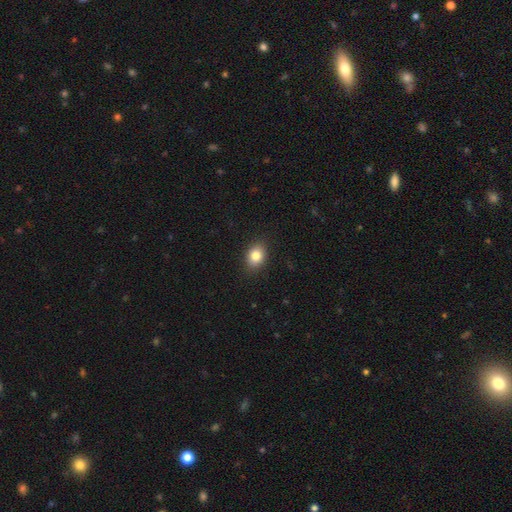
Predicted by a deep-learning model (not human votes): This is clearly a smooth galaxy (83%). How rounded: likely in between (65%). Merging: clearly none (88%).